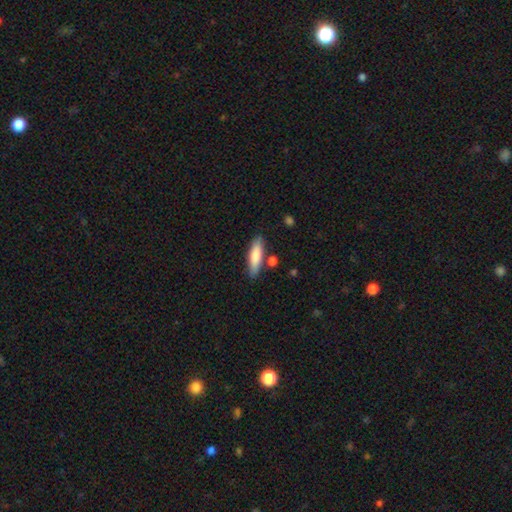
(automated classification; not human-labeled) smooth-or-featured: smooth: 80% | featured or disk: 14% | star or artifact: 6%
  how-rounded: cigar-shaped: 58% | in between: 40% | round: 2%
  merging: none: 77% | minor disturbance: 13% | merger: 7% | major disturbance: 3%